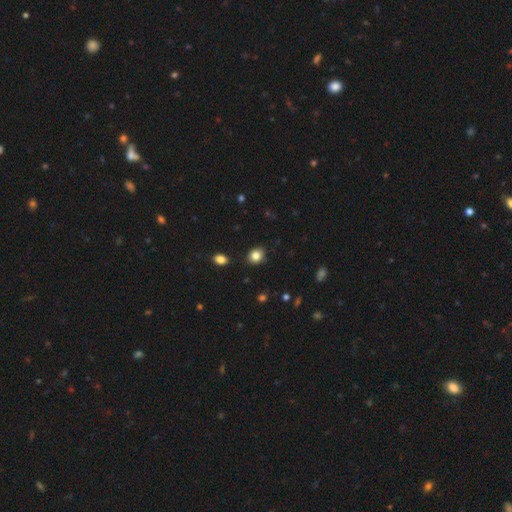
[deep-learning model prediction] Smooth or featured? Predicted: smooth (p=0.84). How rounded? Predicted: round (p=0.65). Merging? Predicted: none (p=0.86).